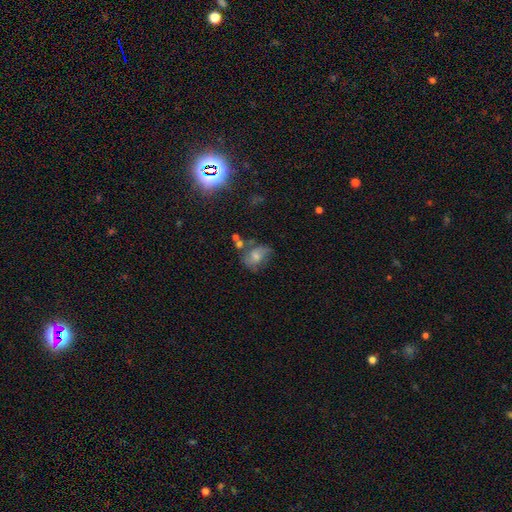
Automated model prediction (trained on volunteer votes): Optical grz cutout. It shows a smooth galaxy with no disk features (49%). Merging: none (41%).